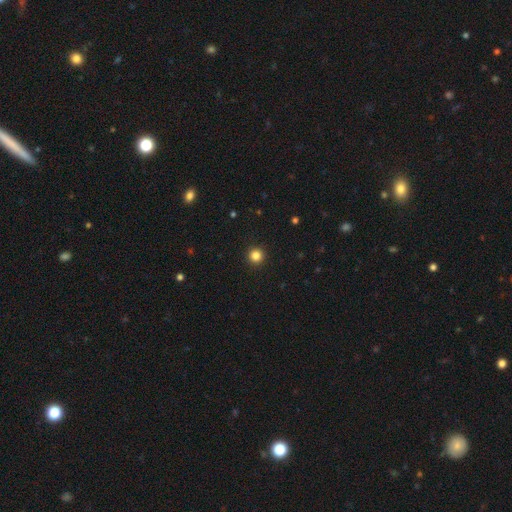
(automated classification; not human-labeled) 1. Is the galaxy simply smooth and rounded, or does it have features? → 84% smooth, 12% star or artifact, 4% featured or disk.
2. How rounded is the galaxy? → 96% round, 3% in between, 1% cigar-shaped.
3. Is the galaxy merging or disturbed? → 94% none, 4% minor disturbance, 1% major disturbance, 1% merger.